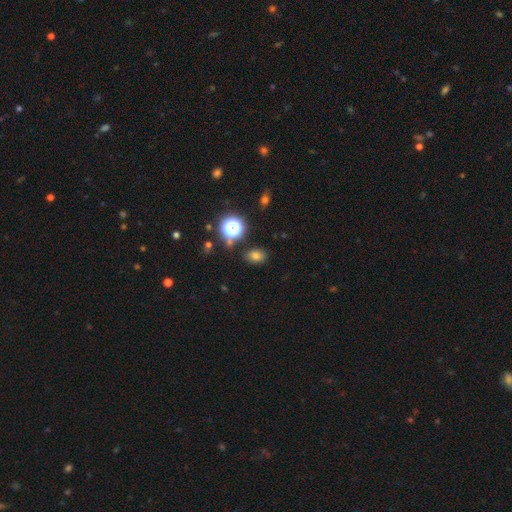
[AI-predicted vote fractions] Smooth or featured? Predicted: smooth (p=0.71). How rounded? Predicted: in between (p=0.70). Merging? Predicted: none (p=0.83).